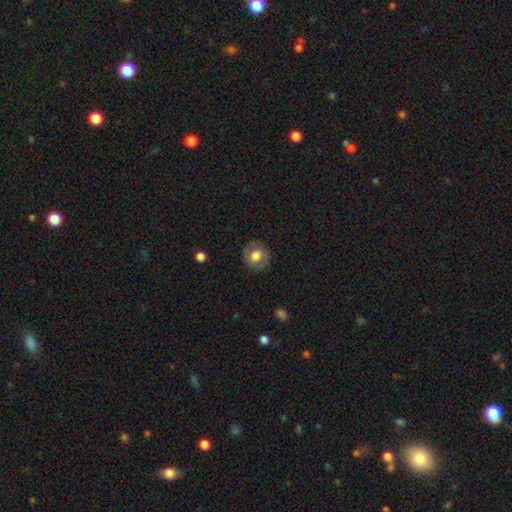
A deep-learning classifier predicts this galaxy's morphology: smooth-or-featured: smooth: 71% | featured or disk: 21% | star or artifact: 8%
  how-rounded: round: 83% | in between: 16% | cigar-shaped: 1%
  merging: none: 85% | minor disturbance: 10% | major disturbance: 3% | merger: 1%